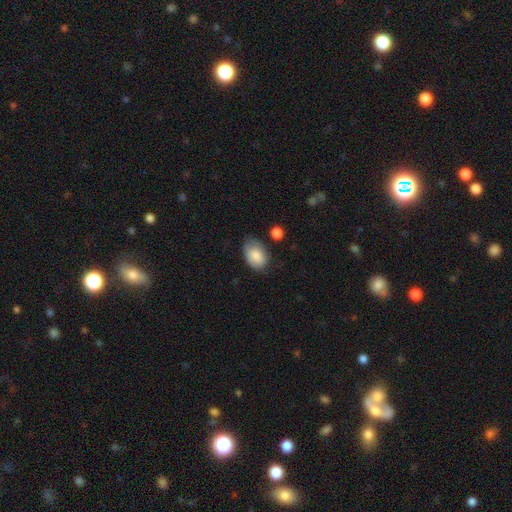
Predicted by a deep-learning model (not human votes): A smooth galaxy with no disk features (84%) that is in between round and cigar-shaped (86%).

Vote fractions:
- Smooth or featured? smooth: 84% / featured or disk: 9% / star or artifact: 7%
- How rounded? in between: 86% / round: 13% / cigar-shaped: 1%
- Merging? none: 60% / minor disturbance: 30% / major disturbance: 7% / merger: 3%